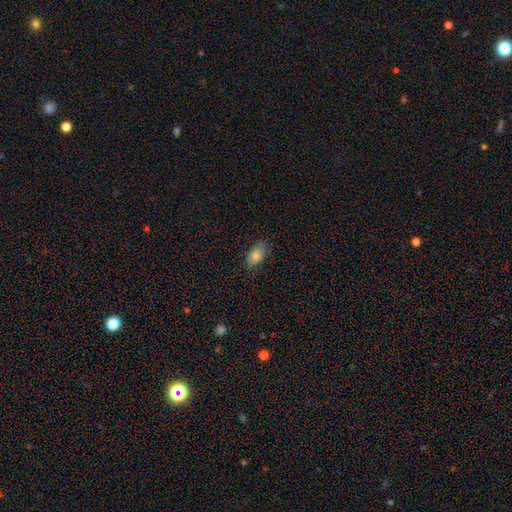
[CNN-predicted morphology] smooth_or_featured: smooth (p=0.81) [alt: star or artifact p=0.09]
how_rounded: in between (p=0.89) [alt: round p=0.08]
merging: none (p=0.77) [alt: minor disturbance p=0.18]